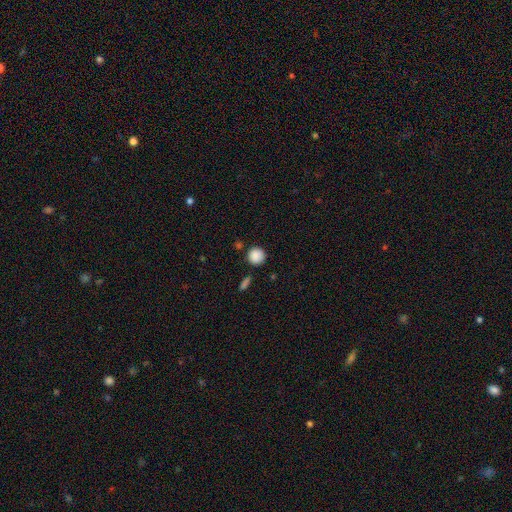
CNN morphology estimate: smooth 88%, star or artifact 9%, featured or disk 3%. Down the decision tree: how rounded — round (93%); merging — none (83%).